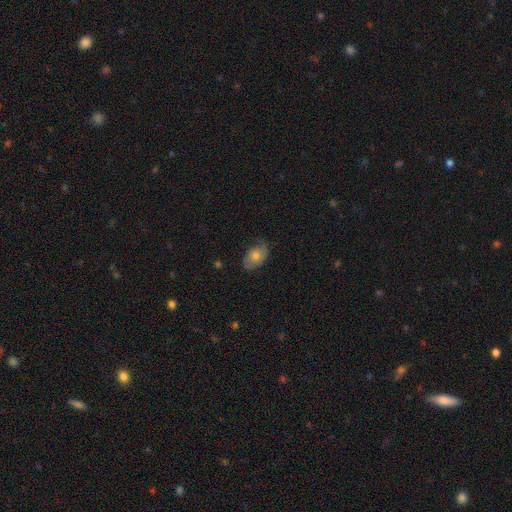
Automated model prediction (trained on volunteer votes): A smooth galaxy with no disk features (55%) that is in between round and cigar-shaped (87%).

Vote fractions:
- Smooth or featured? smooth: 55% / featured or disk: 36% / star or artifact: 9%
- How rounded? in between: 87% / round: 12% / cigar-shaped: 2%
- Merging? none: 70% / minor disturbance: 22% / major disturbance: 6% / merger: 1%